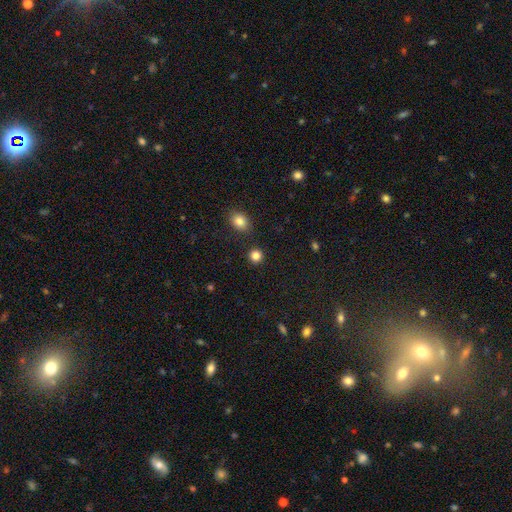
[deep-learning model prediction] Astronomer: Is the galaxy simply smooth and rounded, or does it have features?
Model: smooth — 84%.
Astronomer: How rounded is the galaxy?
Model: round — 91%.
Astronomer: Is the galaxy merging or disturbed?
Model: none — 89%.